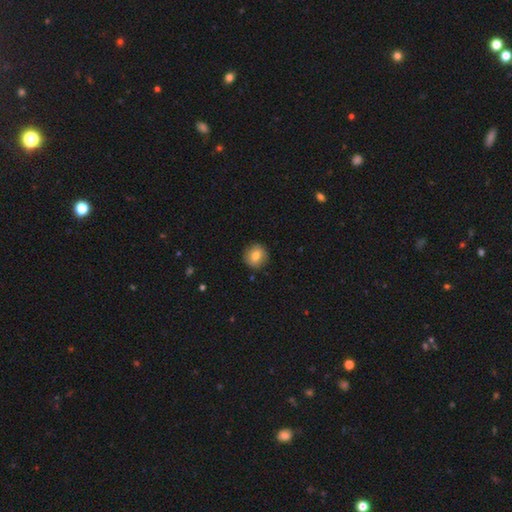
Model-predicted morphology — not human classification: Smooth or featured? smooth (78%)
How rounded? round (91%)
Merging? none (88%)